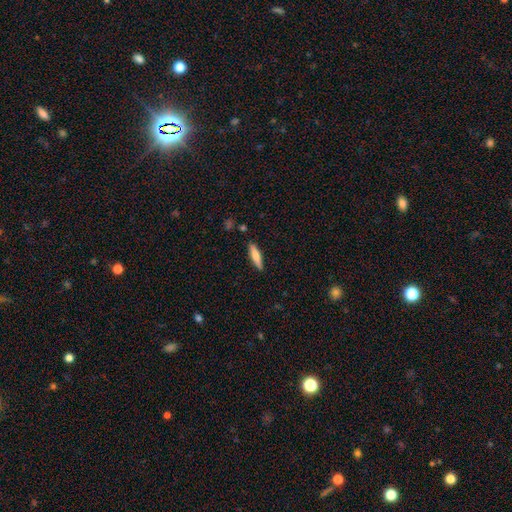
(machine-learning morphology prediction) type=smooth (71%); roundness=cigar-shaped (75%); merging=none (88%).